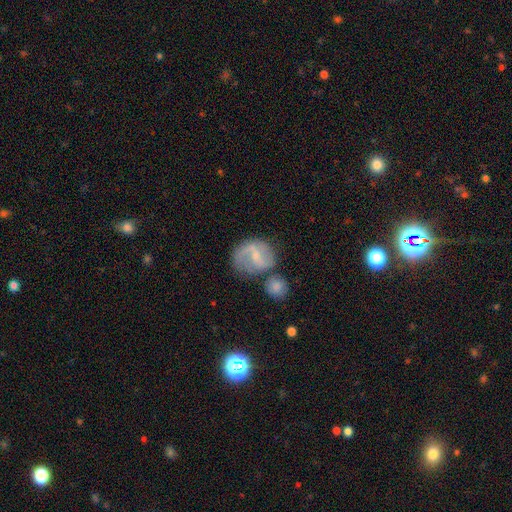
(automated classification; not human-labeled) Smooth or featured: featured or disk — 68% (smooth — 25%)
Edge-on disk: no — 97% (yes — 3%)
Bar: weak — 50% (strong — 28%)
Spiral arms: yes — 84% (no — 16%)
Spiral winding: medium — 42% (loose — 41%)
Spiral arm count: 2 — 78% (can't tell — 10%)
Bulge size: small — 68% (moderate — 24%)
Merging: none — 52% (minor disturbance — 20%)